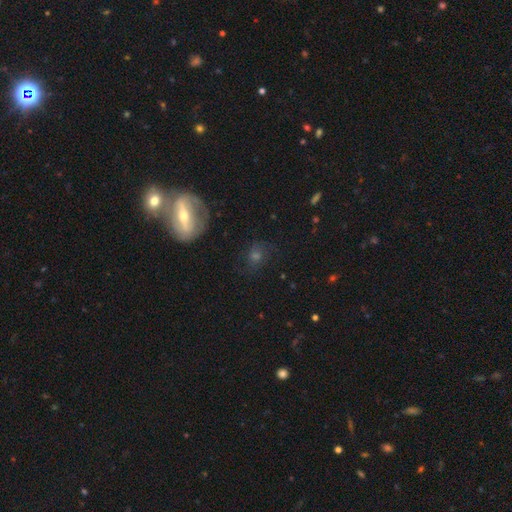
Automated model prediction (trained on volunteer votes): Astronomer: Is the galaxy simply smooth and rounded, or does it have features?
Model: featured or disk — 45% (runner-up: smooth, 36%).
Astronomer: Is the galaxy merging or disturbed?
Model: none — 68%.